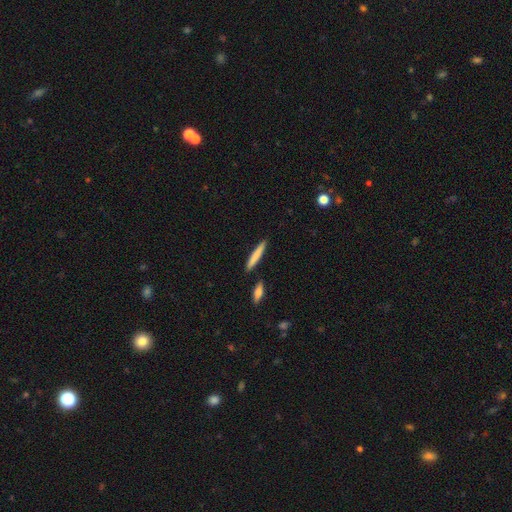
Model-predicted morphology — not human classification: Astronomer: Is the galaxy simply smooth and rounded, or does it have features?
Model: smooth — 76%.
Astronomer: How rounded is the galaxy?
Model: cigar-shaped — 94%.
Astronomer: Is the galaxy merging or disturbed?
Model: none — 87%.